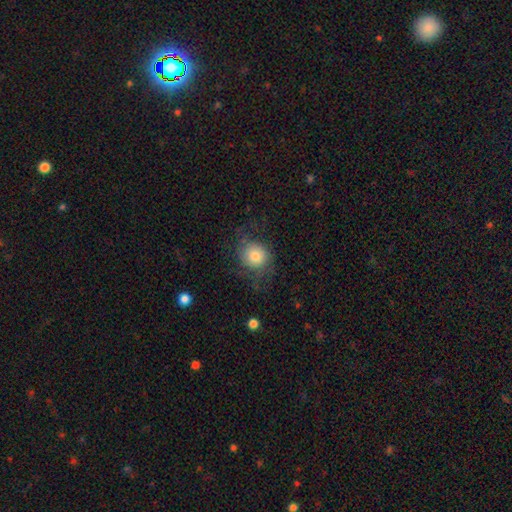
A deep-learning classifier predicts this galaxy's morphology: Smooth or featured? Predicted: smooth (p=0.70). How rounded? Predicted: round (p=0.78). Merging? Predicted: none (p=0.59).